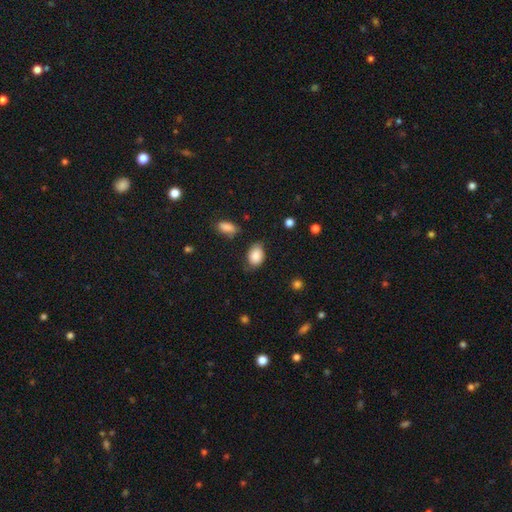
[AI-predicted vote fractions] Overall: smooth (85%). How rounded: in between (79%). Merging: none (63%; minor disturbance 27%).